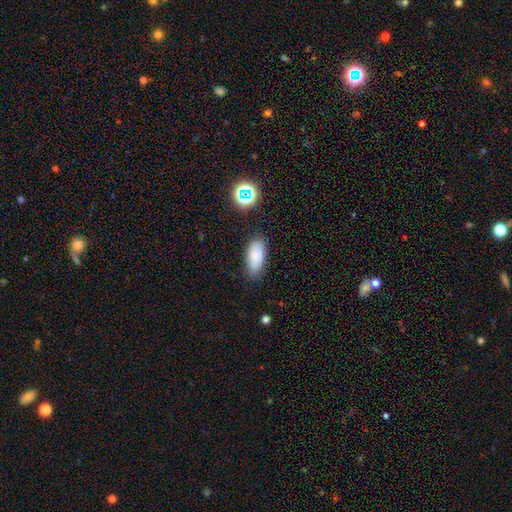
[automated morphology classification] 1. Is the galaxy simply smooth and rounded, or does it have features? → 81% smooth, 10% star or artifact, 9% featured or disk.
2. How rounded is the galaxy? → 87% in between, 10% cigar-shaped, 3% round.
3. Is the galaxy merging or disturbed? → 77% none, 17% minor disturbance, 4% major disturbance, 3% merger.